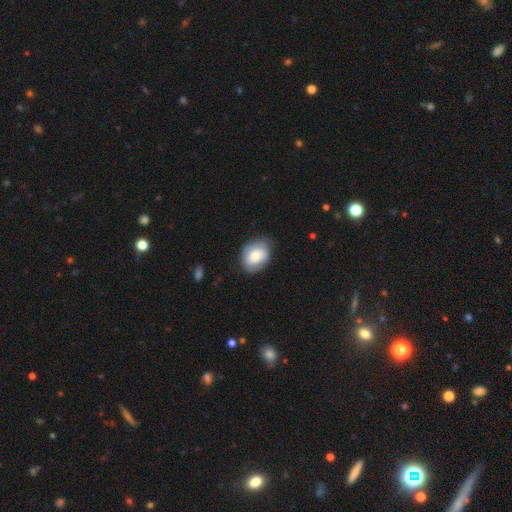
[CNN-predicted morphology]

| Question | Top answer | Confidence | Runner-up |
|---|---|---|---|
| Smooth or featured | smooth | 70% | featured or disk (23%) |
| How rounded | in between | 60% | round (39%) |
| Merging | none | 71% | minor disturbance (22%) |